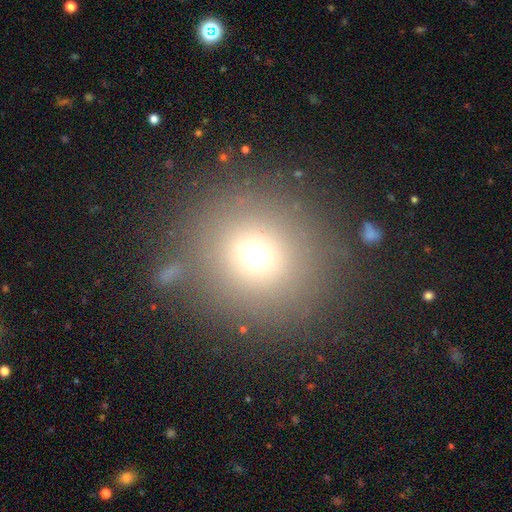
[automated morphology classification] Smooth or featured: smooth — 68% (star or artifact — 21%)
How rounded: round — 90% (in between — 9%)
Merging: none — 82% (minor disturbance — 8%)